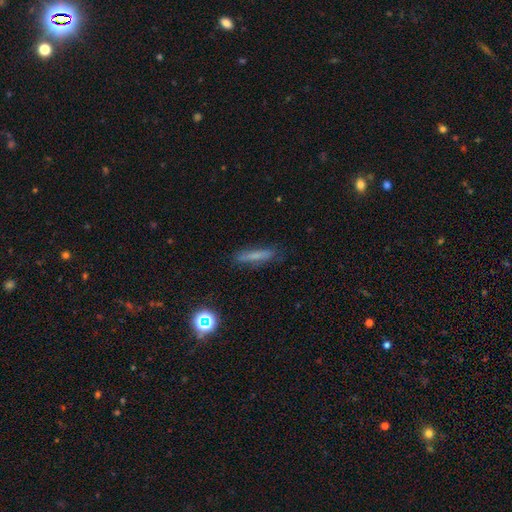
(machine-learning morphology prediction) smooth 64%, featured or disk 24%, star or artifact 12%. Down the decision tree: how rounded — cigar-shaped (87%); merging — none (82%).